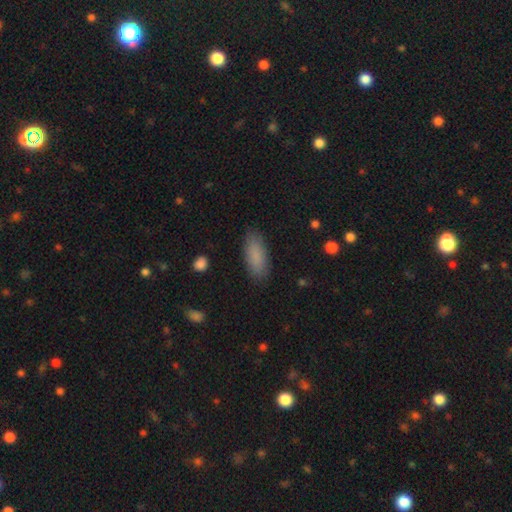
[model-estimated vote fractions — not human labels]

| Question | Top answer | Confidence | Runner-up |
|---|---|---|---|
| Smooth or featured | smooth | 87% | star or artifact (7%) |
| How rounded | in between | 78% | cigar-shaped (20%) |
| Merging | none | 87% | minor disturbance (10%) |